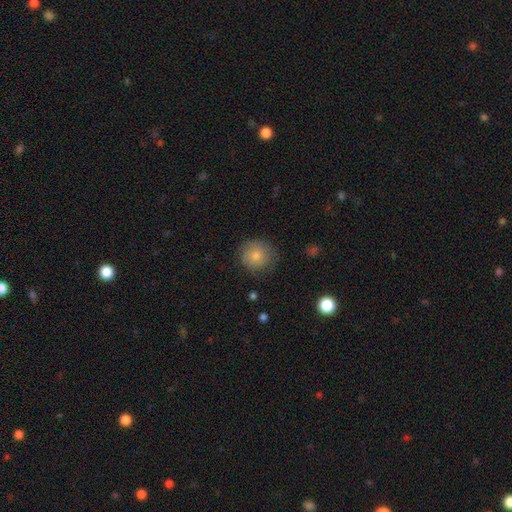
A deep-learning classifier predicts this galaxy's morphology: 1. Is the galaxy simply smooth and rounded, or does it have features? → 82% smooth, 11% featured or disk, 7% star or artifact.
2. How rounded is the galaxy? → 91% round, 8% in between, 1% cigar-shaped.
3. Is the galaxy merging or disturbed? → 77% none, 17% minor disturbance, 5% major disturbance, 1% merger.